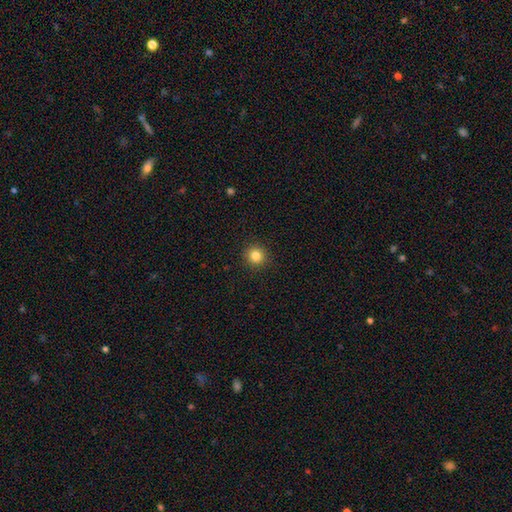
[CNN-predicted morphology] A smooth galaxy with no disk features (83%) that is round (94%).

Vote fractions:
- Smooth or featured? smooth: 83% / star or artifact: 12% / featured or disk: 5%
- How rounded? round: 94% / in between: 5% / cigar-shaped: 1%
- Merging? none: 92% / minor disturbance: 5% / major disturbance: 2% / merger: 1%